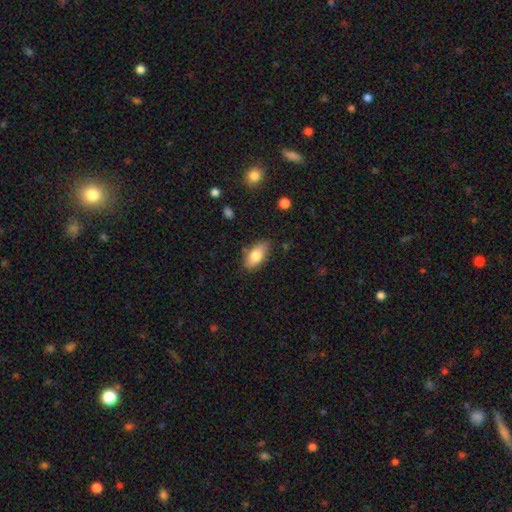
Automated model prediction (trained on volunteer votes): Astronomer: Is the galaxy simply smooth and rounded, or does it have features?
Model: smooth — 81%.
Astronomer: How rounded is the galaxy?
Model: in between — 91%.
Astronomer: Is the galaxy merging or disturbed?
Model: none — 79%.